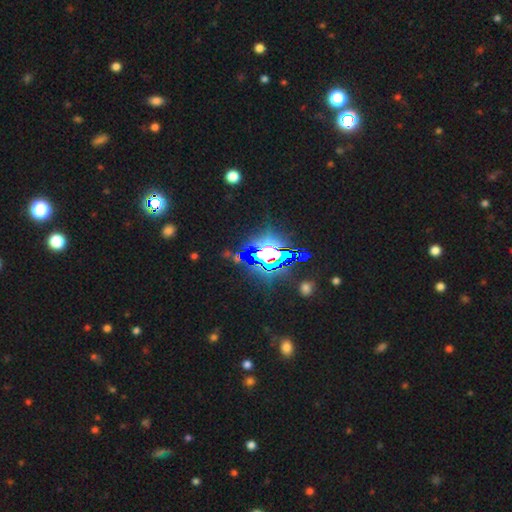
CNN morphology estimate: This is clearly a star or artifact rather than a galaxy (80%).